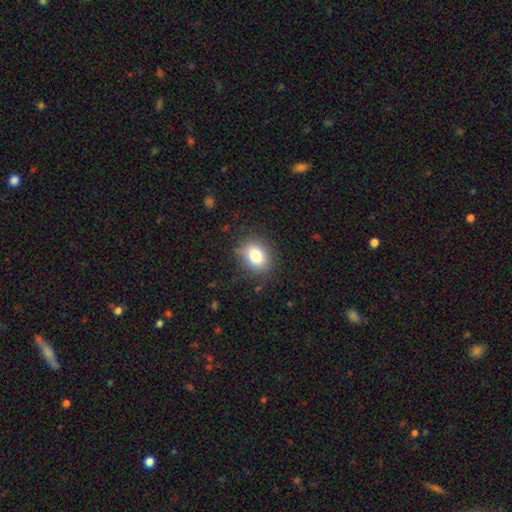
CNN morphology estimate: smooth 79%, star or artifact 11%, featured or disk 9%. Down the decision tree: how rounded — in between (58%); merging — none (82%).